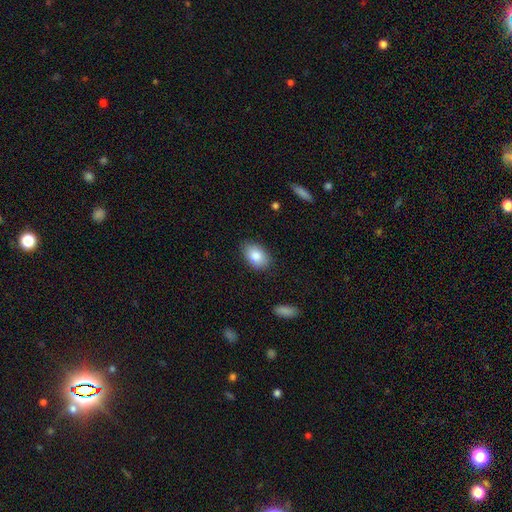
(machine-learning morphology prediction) The model was most divided on "merging": none: 84%, minor disturbance: 12%, major disturbance: 3%, merger: 1%. More confident: how rounded — in between (87%); smooth or featured — smooth (86%).